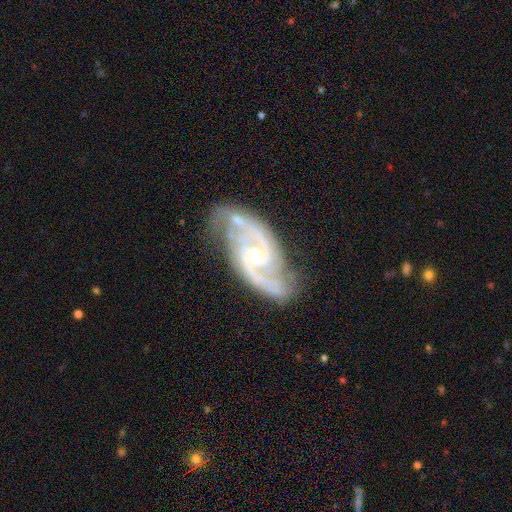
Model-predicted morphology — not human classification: A featured or disk galaxy (91%) with no bar (49%), 2 (81%) medium (56%) spiral arms (98%) and a small central bulge (53%).

Vote fractions:
- Smooth or featured? featured or disk: 91% / star or artifact: 5% / smooth: 3%
- Edge-on disk? no: 96% / yes: 4%
- Bar? no: 49% / weak: 39% / strong: 12%
- Spiral arms? yes: 98% / no: 2%
- Spiral winding? medium: 56% / tight: 32% / loose: 13%
- Spiral arm count? 2: 81% / 3: 9% / can't tell: 4% / 4: 2% / 1: 2% / more than 4: 2%
- Bulge size? small: 53% / moderate: 43% / large: 2% / none: 1% / dominant: 1%
- Merging? none: 68% / minor disturbance: 20% / major disturbance: 8% / merger: 4%